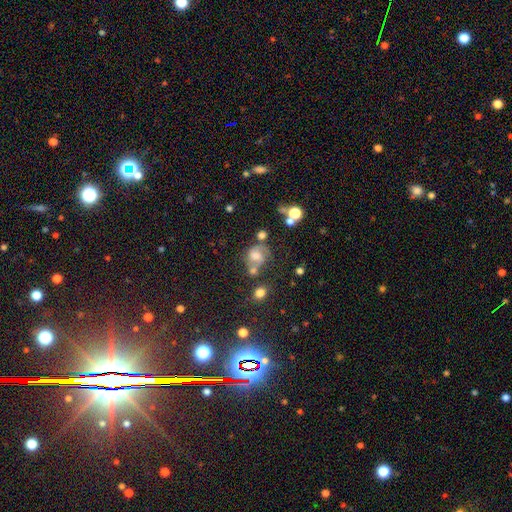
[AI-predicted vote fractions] This is marginally a featured or disk galaxy (43%). Merging: marginally none (40%).